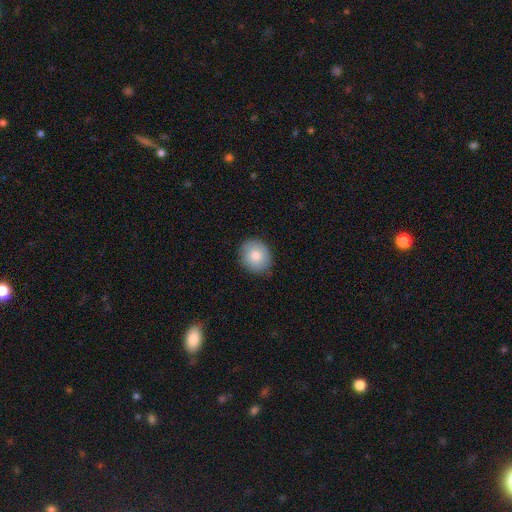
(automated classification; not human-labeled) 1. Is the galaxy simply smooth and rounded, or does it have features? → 81% smooth, 11% featured or disk, 8% star or artifact.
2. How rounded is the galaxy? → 78% round, 21% in between, 1% cigar-shaped.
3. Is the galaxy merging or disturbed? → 85% none, 12% minor disturbance, 2% major disturbance, 1% merger.